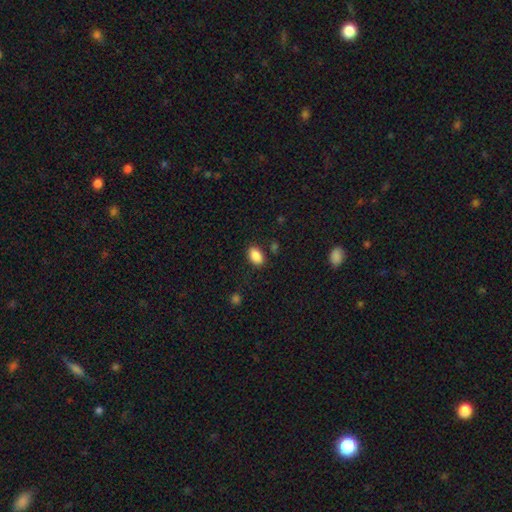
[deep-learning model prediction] Overall: smooth (88%). How rounded: in between (88%). Merging: none (84%).